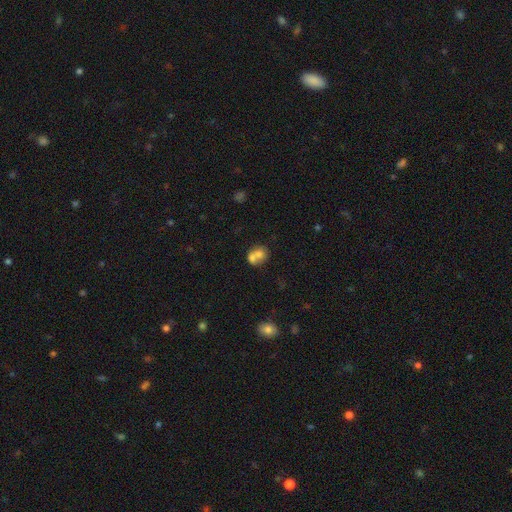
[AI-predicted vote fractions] Smooth or featured? Predicted: smooth (p=0.67). How rounded? Predicted: round (p=0.59). Merging? Predicted: merger (p=0.62).